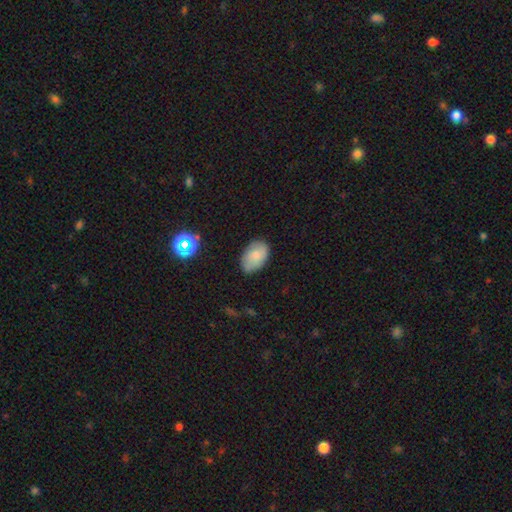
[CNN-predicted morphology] Smooth or featured? Predicted: smooth (p=0.75). How rounded? Predicted: in between (p=0.89). Merging? Predicted: none (p=0.75).